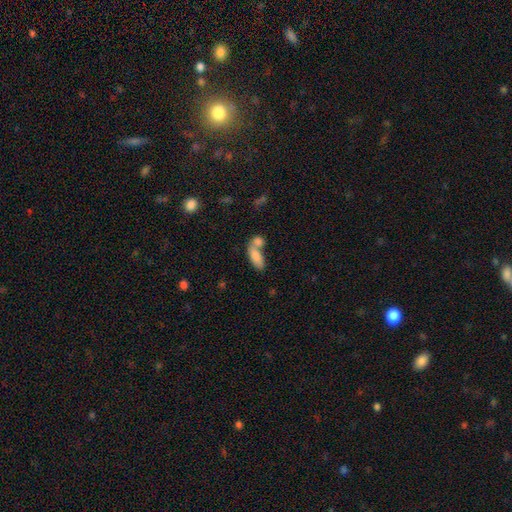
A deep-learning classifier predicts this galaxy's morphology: A smooth galaxy with no disk features (82%) that is in between round and cigar-shaped (83%). Merging: merger (59%).